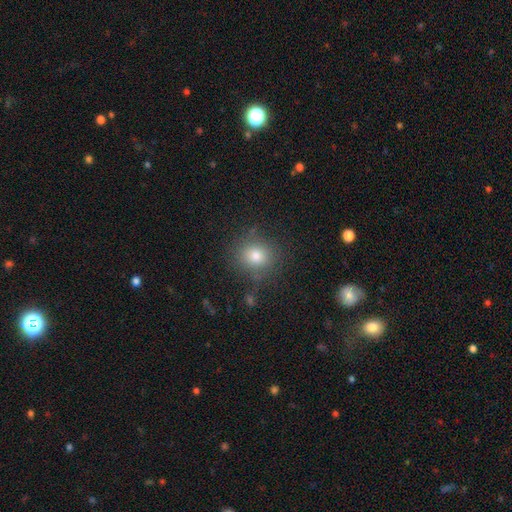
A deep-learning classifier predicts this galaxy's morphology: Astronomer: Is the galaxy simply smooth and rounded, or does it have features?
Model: smooth — 79%.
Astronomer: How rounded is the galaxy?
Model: round — 79%.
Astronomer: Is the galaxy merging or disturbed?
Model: none — 84%.